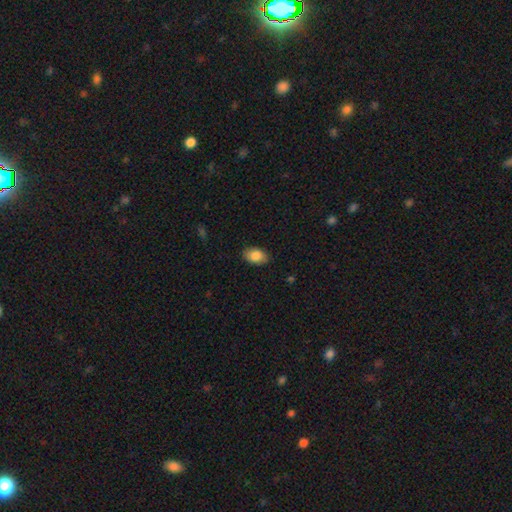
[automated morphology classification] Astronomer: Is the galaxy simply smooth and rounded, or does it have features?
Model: smooth — 86%.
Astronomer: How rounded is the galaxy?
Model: in between — 89%.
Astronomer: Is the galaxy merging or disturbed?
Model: none — 87%.